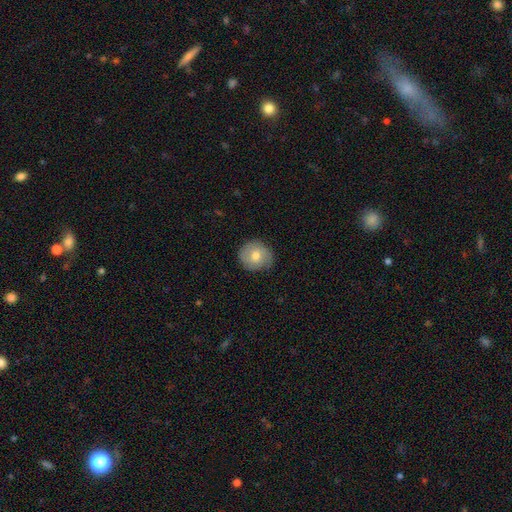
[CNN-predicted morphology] Overall: smooth (67%). How rounded: round (87%). Merging: none (80%).